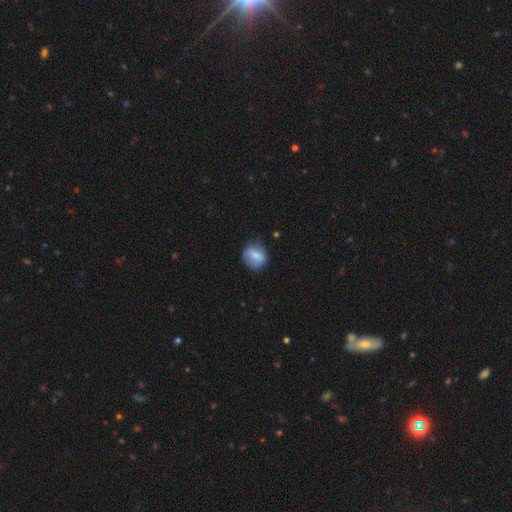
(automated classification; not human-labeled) smooth 73%, featured or disk 20%, star or artifact 8%. Down the decision tree: how rounded — round (61%); merging — none (69%).